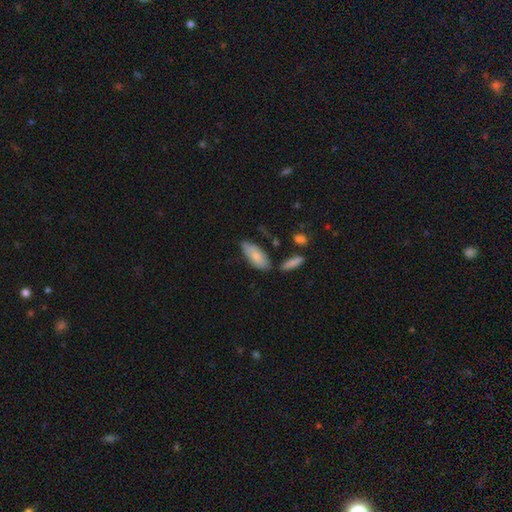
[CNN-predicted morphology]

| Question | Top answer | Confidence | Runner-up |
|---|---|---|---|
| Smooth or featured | smooth | 77% | featured or disk (17%) |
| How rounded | in between | 83% | cigar-shaped (15%) |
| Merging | none | 65% | minor disturbance (23%) |